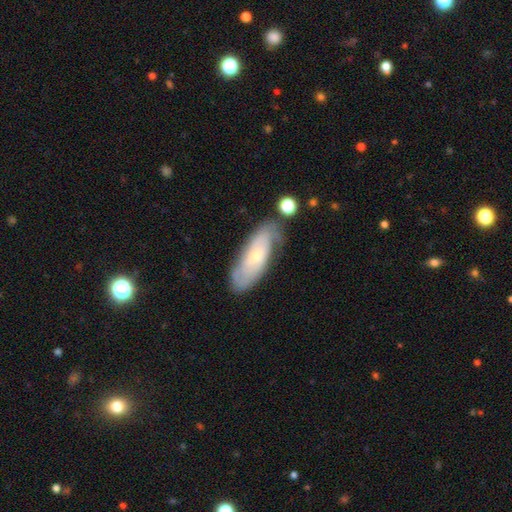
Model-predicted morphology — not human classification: Smooth or featured? featured or disk (60%)
Edge-on disk? no (84%)
Bar? no (57%)
Spiral arms? yes (79%)
Bulge size? small (71%)
Merging? none (67%)